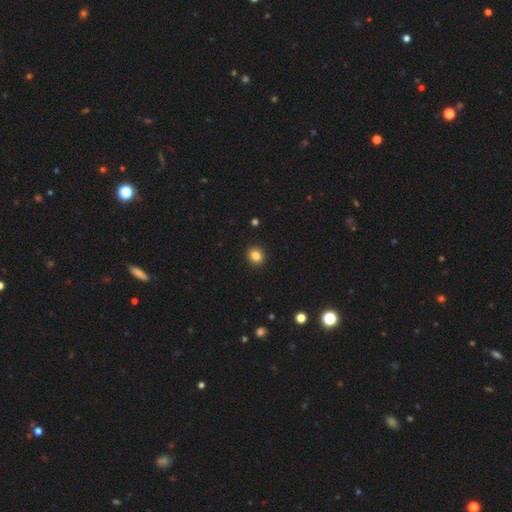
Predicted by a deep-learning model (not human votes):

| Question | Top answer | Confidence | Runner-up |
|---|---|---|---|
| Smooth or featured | smooth | 84% | star or artifact (11%) |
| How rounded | round | 82% | in between (17%) |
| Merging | none | 92% | minor disturbance (5%) |